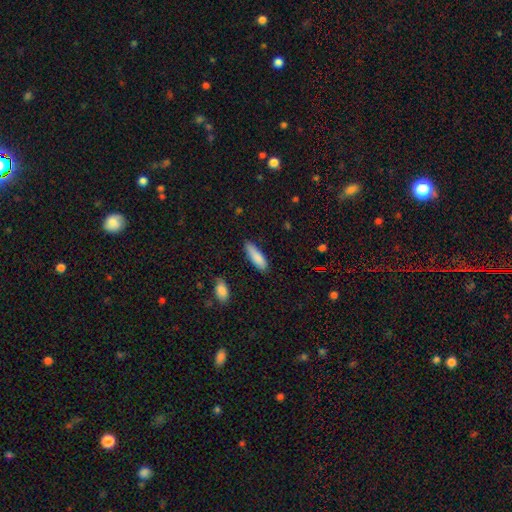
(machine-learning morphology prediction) Smooth or featured? Predicted: smooth (p=0.86). How rounded? Predicted: cigar-shaped (p=0.52). Merging? Predicted: none (p=0.78).